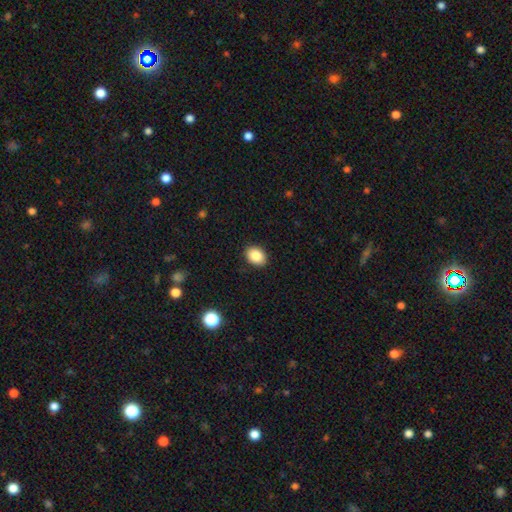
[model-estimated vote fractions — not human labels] smooth 87%, star or artifact 9%, featured or disk 5%. Down the decision tree: how rounded — in between (66%); merging — none (90%).